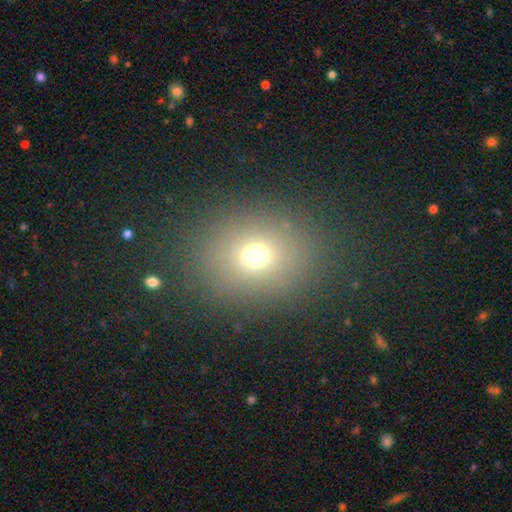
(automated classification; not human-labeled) Smooth or featured? smooth (69%)
How rounded? round (57%)
Merging? none (84%)